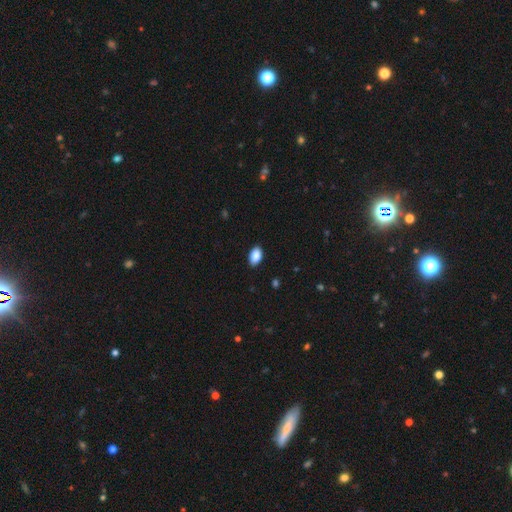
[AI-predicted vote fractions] Overall: smooth (89%). How rounded: in between (92%). Merging: none (88%).